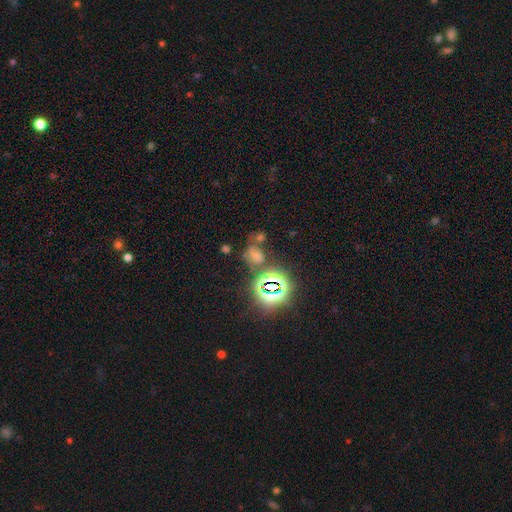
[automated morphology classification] Smooth or featured: star or artifact — 44% (smooth — 42%)